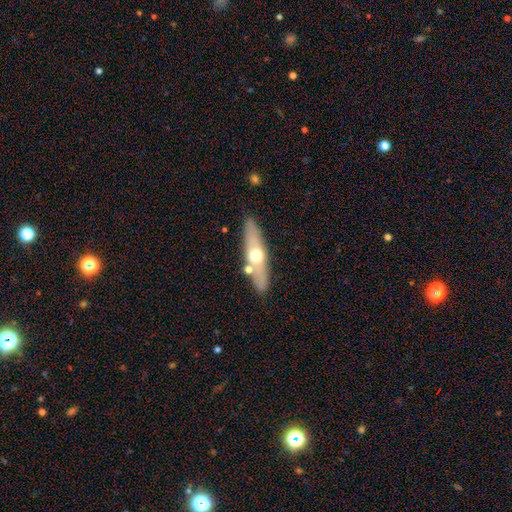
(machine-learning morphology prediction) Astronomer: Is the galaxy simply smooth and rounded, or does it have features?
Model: featured or disk — 50% (runner-up: smooth, 44%).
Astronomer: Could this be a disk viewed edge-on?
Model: yes — 75%.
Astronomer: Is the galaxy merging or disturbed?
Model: none — 81%.